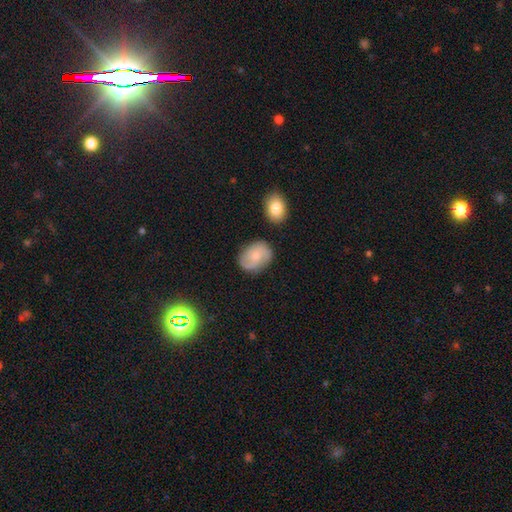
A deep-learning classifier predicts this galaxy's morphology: Smooth or featured?
  - featured or disk: 55% *
  - smooth: 38%
  - star or artifact: 7%
Edge-on disk?
  - no: 97% *
  - yes: 3%
Bar?
  - no: 67% *
  - weak: 29%
  - strong: 4%
Spiral arms?
  - yes: 88% *
  - no: 12%
Bulge size?
  - small: 57% *
  - moderate: 34%
  - none: 5%
  - large: 2%
  - dominant: 1%
Merging?
  - none: 75% *
  - minor disturbance: 16%
  - merger: 4%
  - major disturbance: 4%